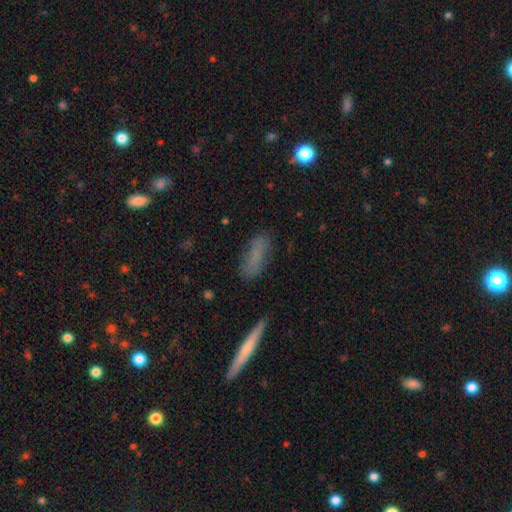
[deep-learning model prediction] This appears to be a smooth galaxy with no disk features (75%) that is in between round and cigar-shaped (61%). Merging: none (78%).